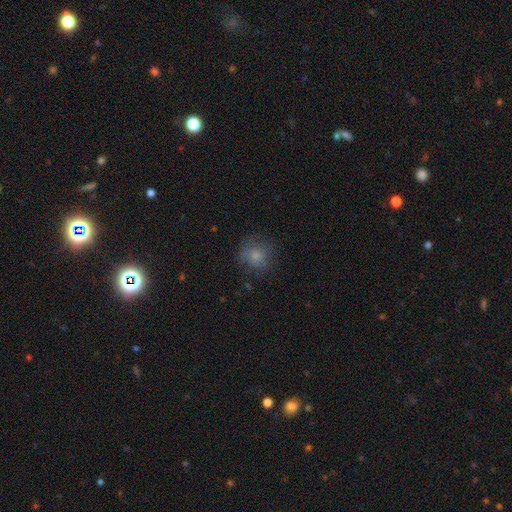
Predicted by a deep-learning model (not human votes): A smooth galaxy with no disk features (79%) that is round (88%). Merging: none (75%).